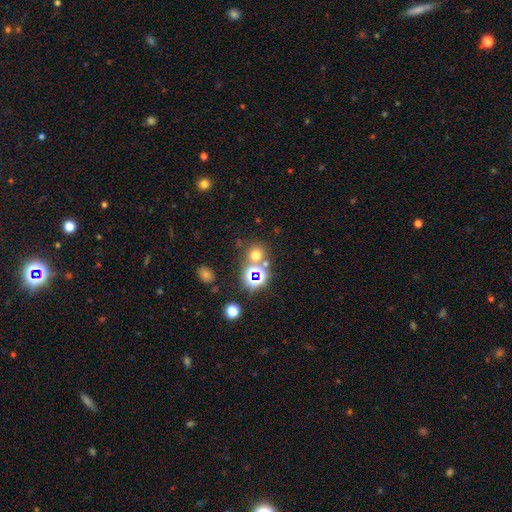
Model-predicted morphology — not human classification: The model was most divided on "smooth or featured": smooth: 59%, star or artifact: 33%, featured or disk: 8%. More confident: how rounded — round (86%); merging — none (68%).